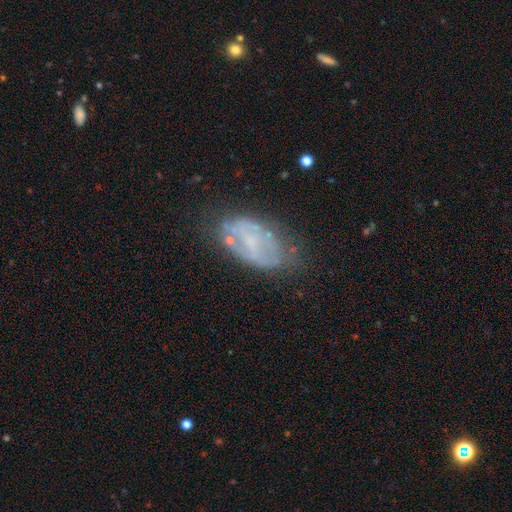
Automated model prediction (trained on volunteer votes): A featured or disk galaxy (63%) with no bar (50%), no spiral arms (58%) and no central bulge (47%).

Vote fractions:
- Smooth or featured? featured or disk: 63% / smooth: 28% / star or artifact: 9%
- Edge-on disk? no: 96% / yes: 4%
- Bar? no: 50% / weak: 36% / strong: 14%
- Spiral arms? no: 58% / yes: 42%
- Bulge size? none: 47% / small: 34% / moderate: 16% / large: 2% / dominant: 1%
- Merging? none: 51% / minor disturbance: 27% / major disturbance: 17% / merger: 5%